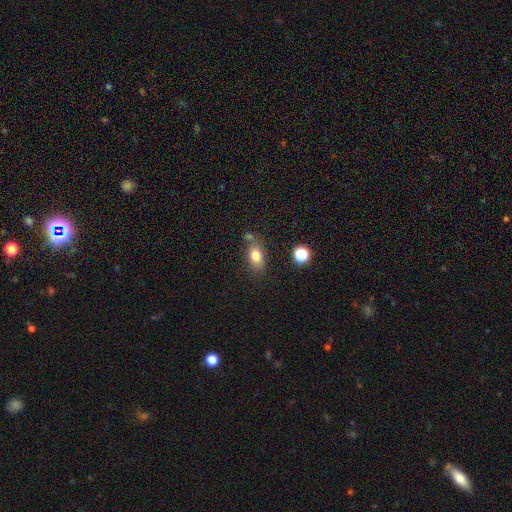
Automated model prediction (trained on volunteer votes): smooth 78%, featured or disk 11%, star or artifact 11%. Down the decision tree: how rounded — in between (82%); merging — none (67%).